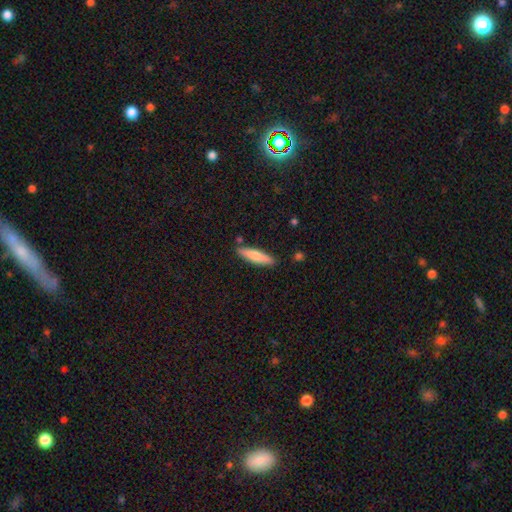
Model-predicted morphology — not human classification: Q: Smooth or featured?
A: smooth (75%); runner-up: featured or disk (20%)
Q: How rounded?
A: cigar-shaped (78%); runner-up: in between (21%)
Q: Merging?
A: none (85%); runner-up: minor disturbance (10%)